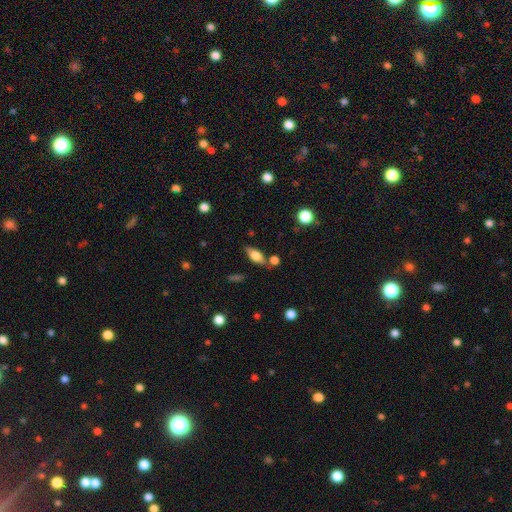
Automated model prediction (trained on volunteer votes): Smooth or featured? Predicted: smooth (p=0.68). How rounded? Predicted: in between (p=0.81). Merging? Predicted: none (p=0.70).